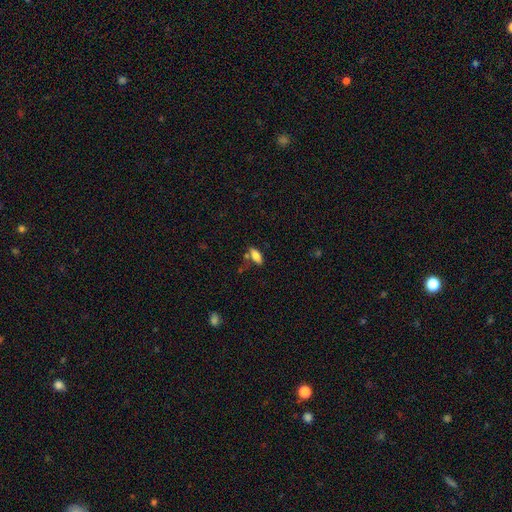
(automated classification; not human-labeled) Smooth or featured?
  - smooth: 73% *
  - featured or disk: 19%
  - star or artifact: 8%
How rounded?
  - in between: 75% *
  - cigar-shaped: 22%
  - round: 3%
Merging?
  - none: 67% *
  - minor disturbance: 16%
  - merger: 12%
  - major disturbance: 5%